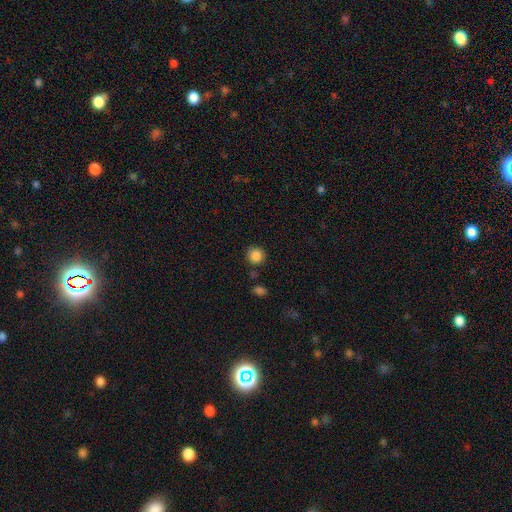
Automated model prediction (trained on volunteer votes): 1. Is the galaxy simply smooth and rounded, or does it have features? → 86% smooth, 10% star or artifact, 4% featured or disk.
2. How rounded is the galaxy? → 91% round, 8% in between, 1% cigar-shaped.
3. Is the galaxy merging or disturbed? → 85% none, 9% minor disturbance, 3% merger, 3% major disturbance.